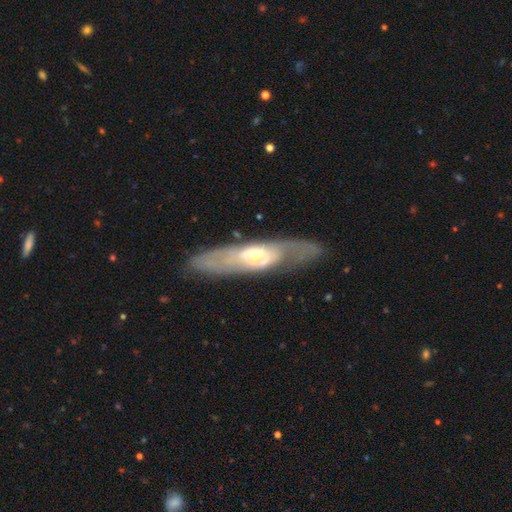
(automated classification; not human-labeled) featured or disk 73%, smooth 21%, star or artifact 6%. Down the decision tree: edge-on disk — no (70%); bar — no (65%); spiral arms — yes (65%); bulge size — small (47%); merging — none (72%).